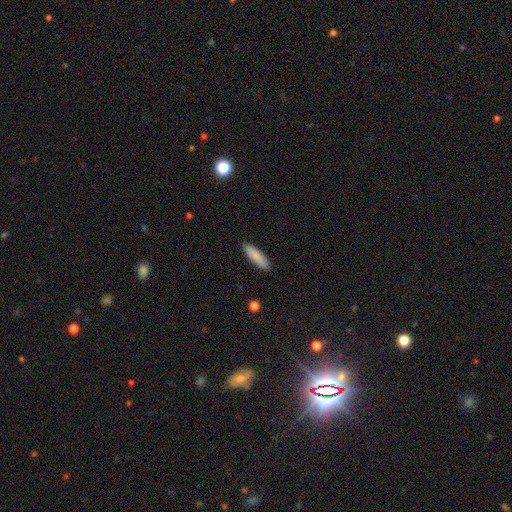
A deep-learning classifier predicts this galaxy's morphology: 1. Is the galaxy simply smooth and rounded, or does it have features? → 87% smooth, 7% featured or disk, 6% star or artifact.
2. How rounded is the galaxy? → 64% cigar-shaped, 34% in between, 1% round.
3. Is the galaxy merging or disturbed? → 89% none, 8% minor disturbance, 2% major disturbance, 1% merger.